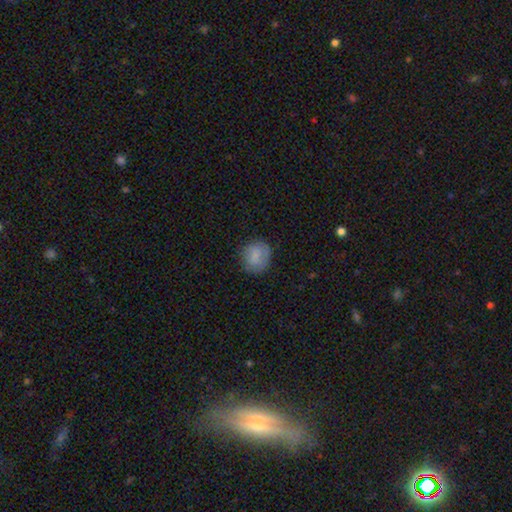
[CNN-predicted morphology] Smooth or featured?
  - smooth: 82% *
  - featured or disk: 10%
  - star or artifact: 8%
How rounded?
  - round: 81% *
  - in between: 18%
  - cigar-shaped: 1%
Merging?
  - none: 76% *
  - minor disturbance: 18%
  - major disturbance: 5%
  - merger: 1%